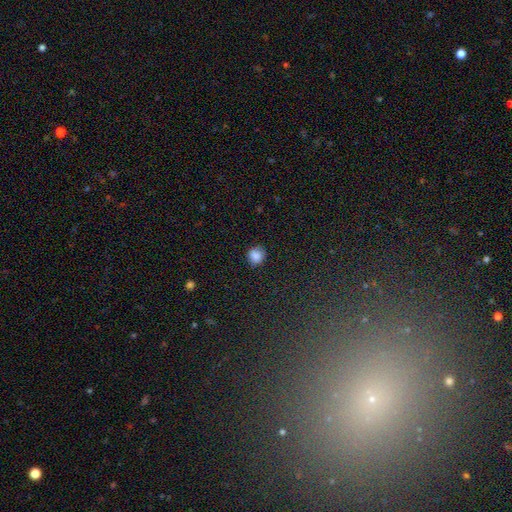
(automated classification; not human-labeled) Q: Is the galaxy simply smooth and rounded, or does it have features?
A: smooth — 85%.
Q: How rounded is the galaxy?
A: round — 79%.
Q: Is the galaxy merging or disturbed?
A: none — 81%.